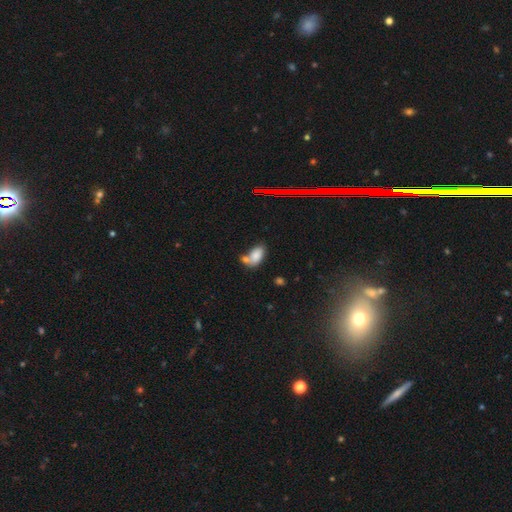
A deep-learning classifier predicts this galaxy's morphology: smooth_or_featured: smooth (p=0.80) [alt: featured or disk p=0.10]
how_rounded: in between (p=0.91) [alt: round p=0.06]
merging: none (p=0.39) [alt: merger p=0.38]